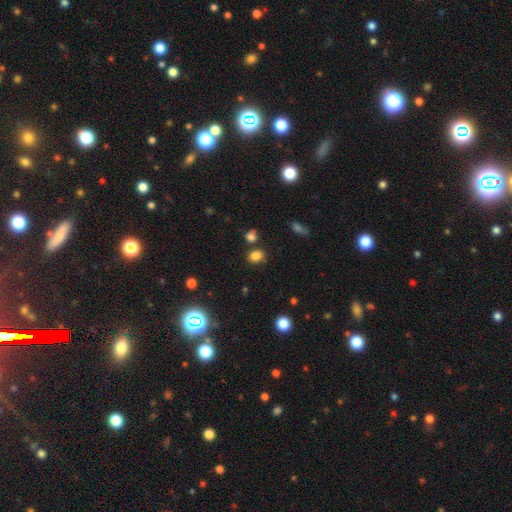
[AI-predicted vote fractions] Overall: smooth (81%). How rounded: round (60%; in between 39%). Merging: none (78%).